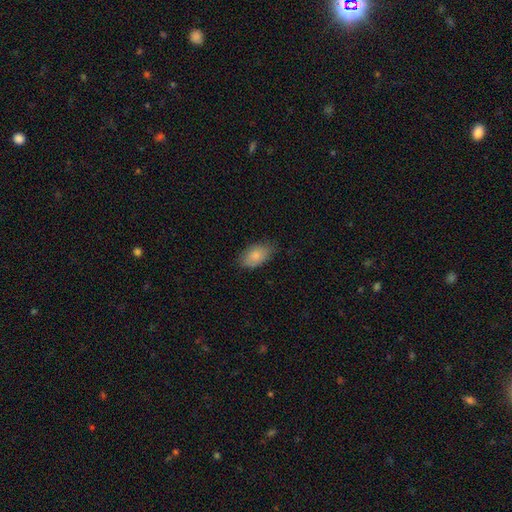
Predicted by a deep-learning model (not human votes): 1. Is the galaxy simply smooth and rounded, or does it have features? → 83% smooth, 10% featured or disk, 6% star or artifact.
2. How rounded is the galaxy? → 92% in between, 6% round, 2% cigar-shaped.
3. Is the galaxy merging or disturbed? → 72% none, 22% minor disturbance, 4% major disturbance, 1% merger.